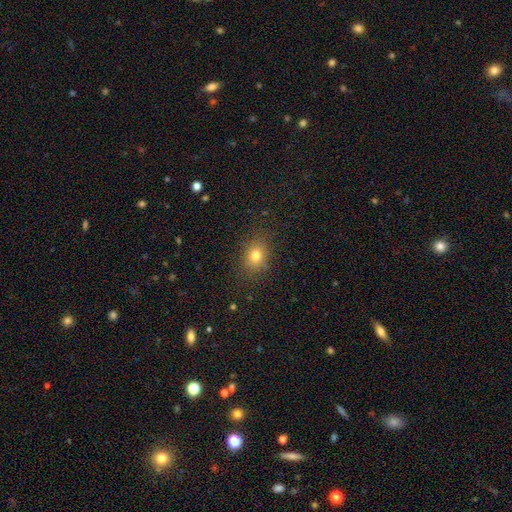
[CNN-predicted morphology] Q: Smooth or featured?
A: smooth (78%); runner-up: star or artifact (14%)
Q: How rounded?
A: in between (50%); runner-up: round (48%)
Q: Merging?
A: none (83%); runner-up: minor disturbance (11%)